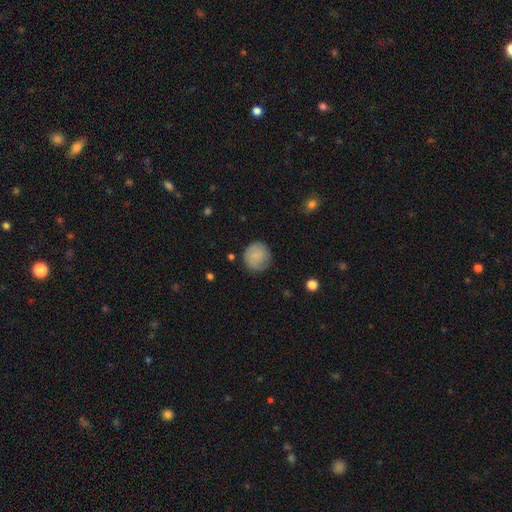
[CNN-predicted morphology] This is clearly a smooth galaxy (82%). How rounded: clearly round (92%). Merging: likely none (80%).